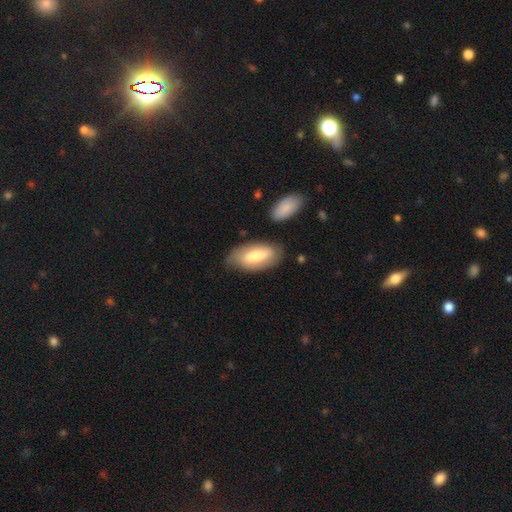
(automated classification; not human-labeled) smooth-or-featured: smooth: 60% | featured or disk: 34% | star or artifact: 6%
  how-rounded: in between: 89% | cigar-shaped: 9% | round: 2%
  merging: none: 76% | minor disturbance: 16% | major disturbance: 4% | merger: 3%